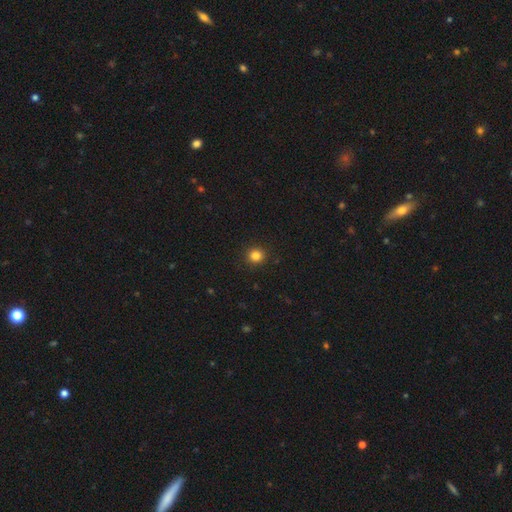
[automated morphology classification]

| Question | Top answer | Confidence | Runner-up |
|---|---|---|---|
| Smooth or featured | smooth | 83% | star or artifact (13%) |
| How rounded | round | 93% | in between (6%) |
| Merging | none | 92% | minor disturbance (5%) |